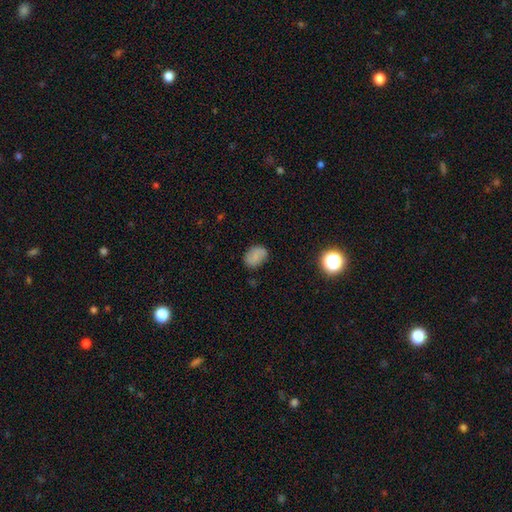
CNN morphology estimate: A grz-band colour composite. It shows a smooth galaxy with no disk features (72%) that is in between round and cigar-shaped (72%). Merging: none (79%).